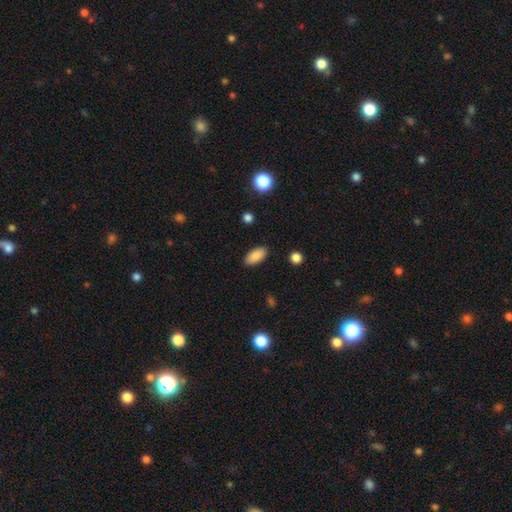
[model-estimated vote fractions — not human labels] Smooth or featured? smooth (88%)
How rounded? in between (92%)
Merging? none (88%)